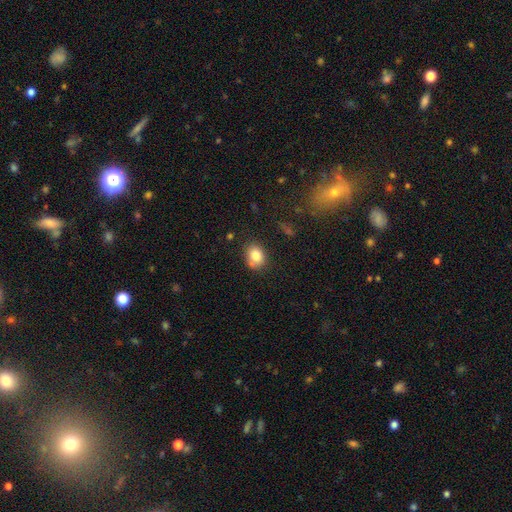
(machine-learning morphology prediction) smooth 82%, star or artifact 9%, featured or disk 9%. Down the decision tree: how rounded — in between (58%); merging — none (72%).